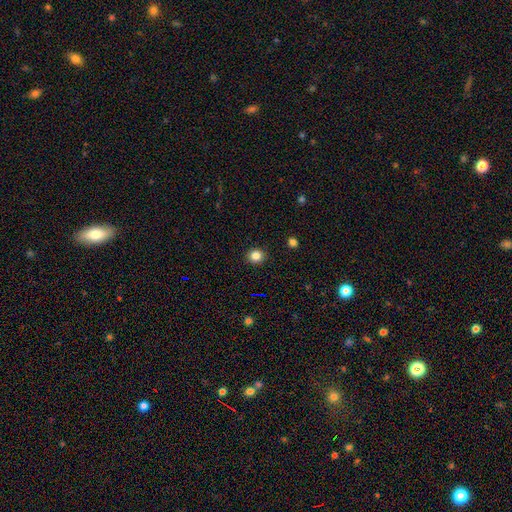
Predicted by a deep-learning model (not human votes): This appears to be a smooth galaxy with no disk features (84%) that is round (87%). Merging: none (92%).